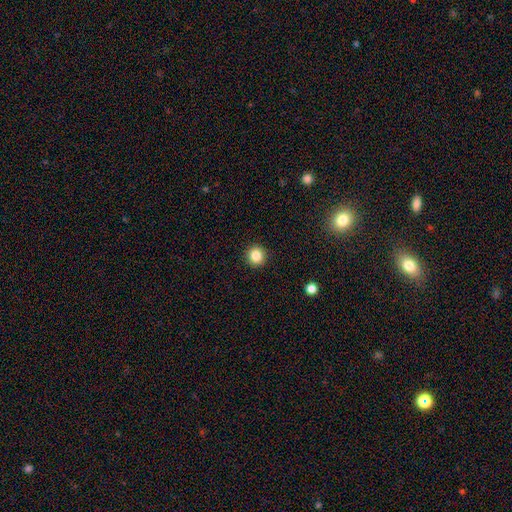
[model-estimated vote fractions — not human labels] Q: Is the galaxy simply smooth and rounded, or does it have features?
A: smooth — 85%.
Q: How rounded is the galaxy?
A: round — 94%.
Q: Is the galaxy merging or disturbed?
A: none — 93%.